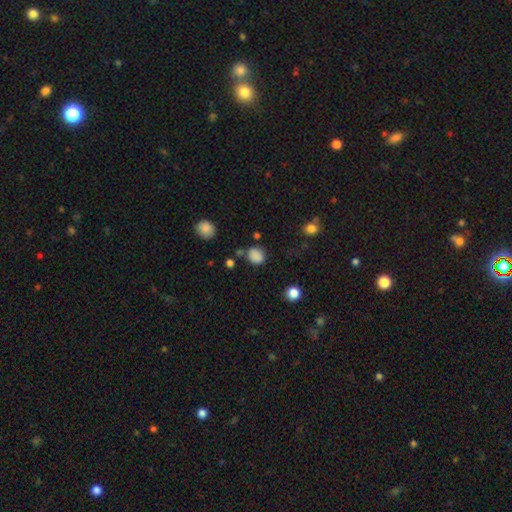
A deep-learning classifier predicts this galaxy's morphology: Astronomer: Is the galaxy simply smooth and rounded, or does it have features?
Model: smooth — 84%.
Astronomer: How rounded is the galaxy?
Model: round — 69%.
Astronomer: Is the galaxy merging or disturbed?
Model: none — 72%.